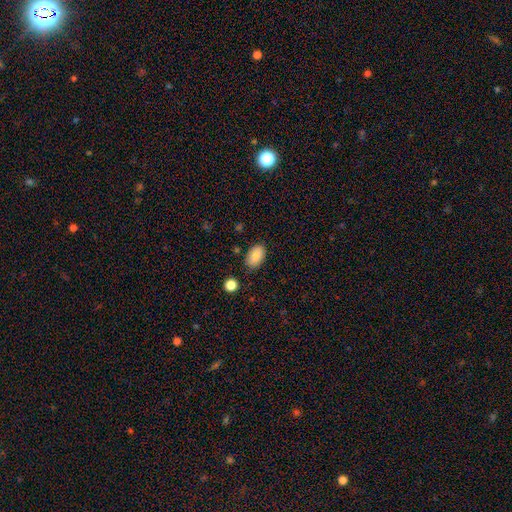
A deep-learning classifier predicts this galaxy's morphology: smooth_or_featured: smooth (p=0.87) [alt: star or artifact p=0.07]
how_rounded: in between (p=0.92) [alt: round p=0.07]
merging: none (p=0.83) [alt: minor disturbance p=0.12]